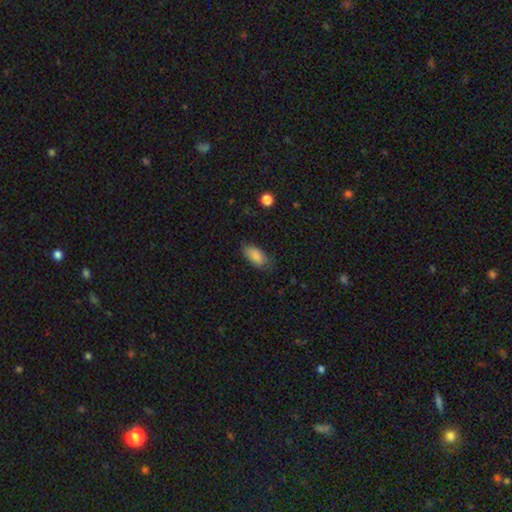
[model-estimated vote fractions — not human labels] Smooth or featured?
  - smooth: 86% *
  - featured or disk: 7%
  - star or artifact: 7%
How rounded?
  - in between: 91% *
  - cigar-shaped: 6%
  - round: 3%
Merging?
  - none: 72% *
  - minor disturbance: 22%
  - major disturbance: 5%
  - merger: 1%